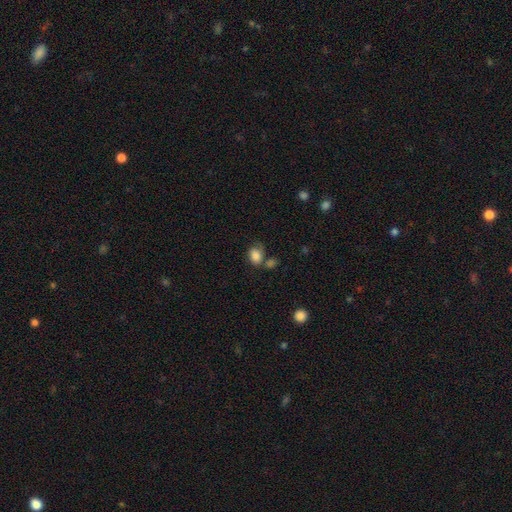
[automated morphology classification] Smooth or featured: smooth — 83% (star or artifact — 9%)
How rounded: in between — 62% (round — 37%)
Merging: none — 48% (merger — 22%)